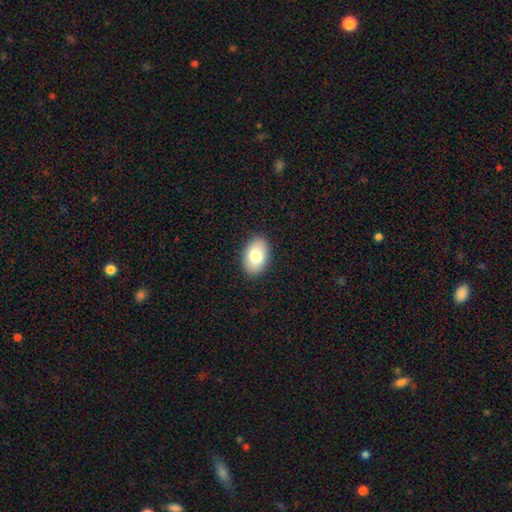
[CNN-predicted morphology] Smooth or featured? Predicted: smooth (p=0.78). How rounded? Predicted: in between (p=0.89). Merging? Predicted: none (p=0.89).